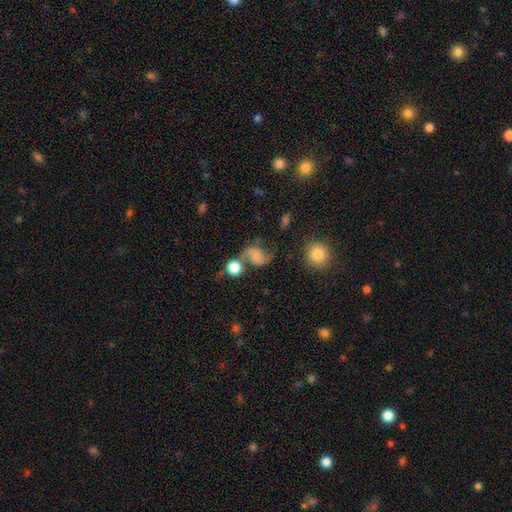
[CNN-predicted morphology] type=featured or disk (63%); edge-on=no (98%); bar=no (67%); spiral arms=yes (93%); winding=loose (59%); arm count=2 (92%); bulge=none (43%); merging=none (49%).